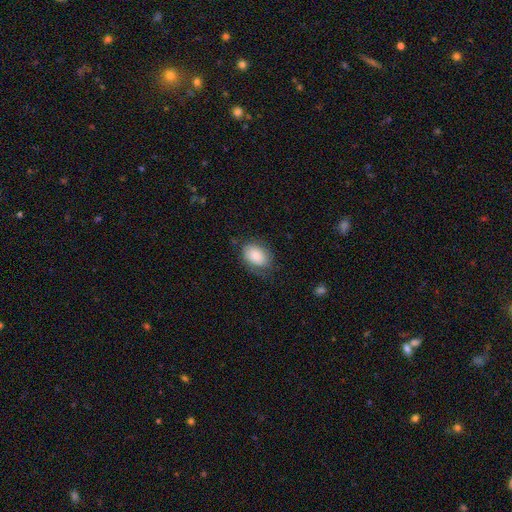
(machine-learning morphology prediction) A smooth galaxy with no disk features (81%) that is in between round and cigar-shaped (82%). Merging: none (63%).